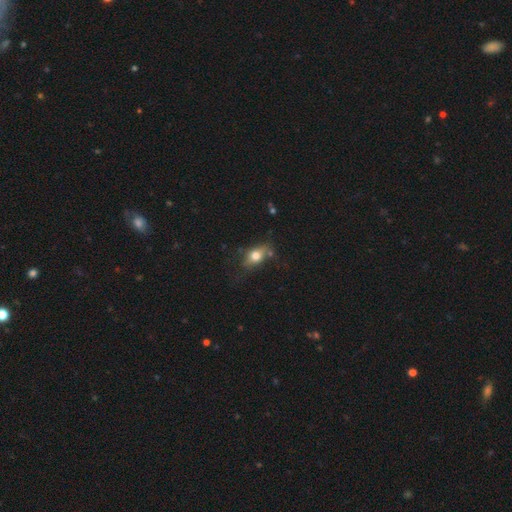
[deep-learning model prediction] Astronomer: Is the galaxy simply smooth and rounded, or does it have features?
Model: smooth — 68%.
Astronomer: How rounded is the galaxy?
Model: in between — 70%.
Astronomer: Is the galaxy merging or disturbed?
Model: none — 55%.